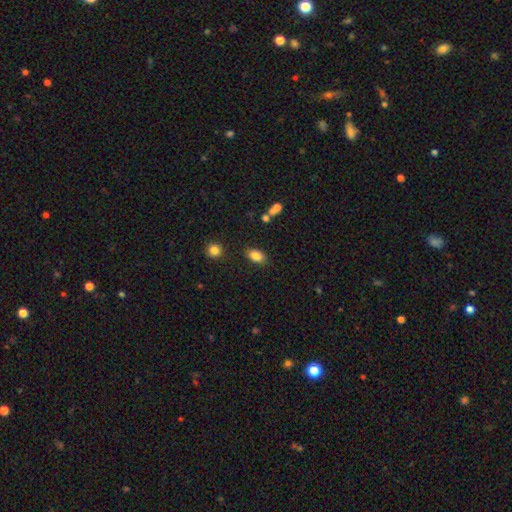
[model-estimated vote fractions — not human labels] smooth_or_featured: smooth (p=0.85) [alt: star or artifact p=0.09]
how_rounded: in between (p=0.88) [alt: round p=0.10]
merging: none (p=0.82) [alt: minor disturbance p=0.12]